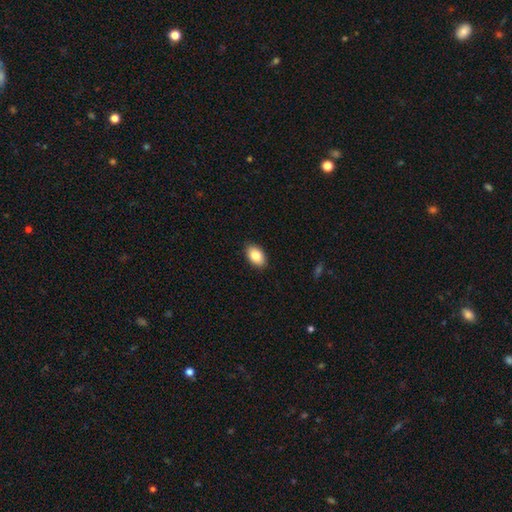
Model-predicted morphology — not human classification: Smooth or featured? smooth (85%)
How rounded? in between (91%)
Merging? none (89%)